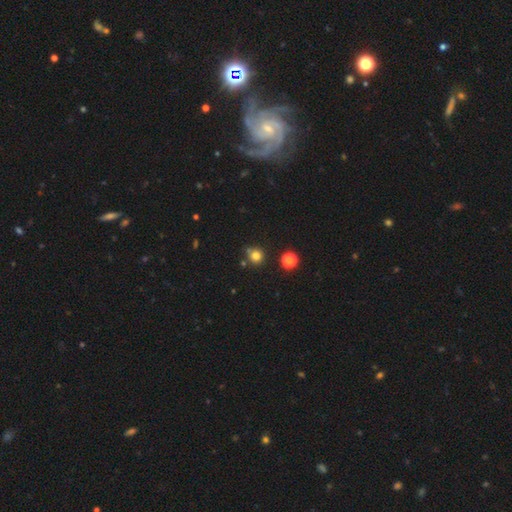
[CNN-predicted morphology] type=smooth (79%); roundness=round (91%); merging=none (75%).